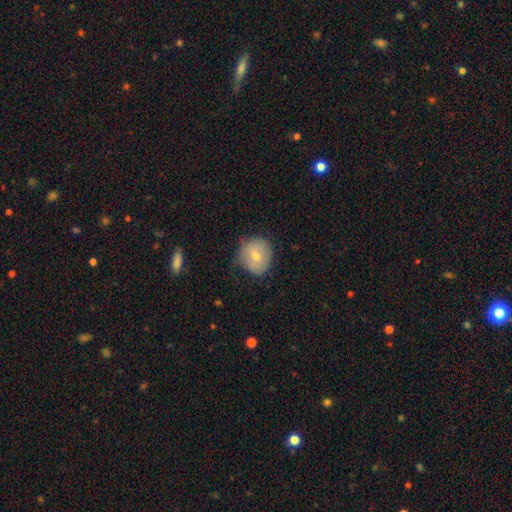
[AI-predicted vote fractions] This is likely a smooth galaxy (70%). How rounded: clearly round (81%). Merging: likely none (63%).